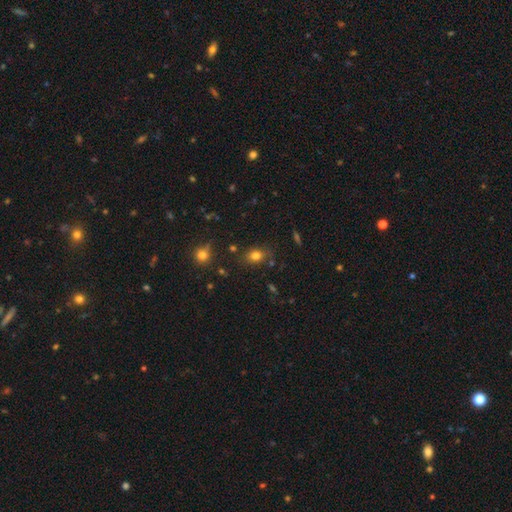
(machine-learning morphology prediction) Smooth or featured? smooth (77%)
How rounded? in between (60%)
Merging? none (77%)